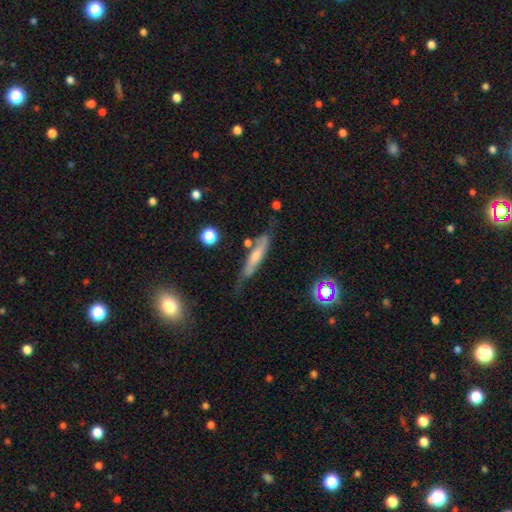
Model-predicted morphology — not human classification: Overall: featured or disk (47%; smooth 43%). Merging: none (58%; minor disturbance 28%).